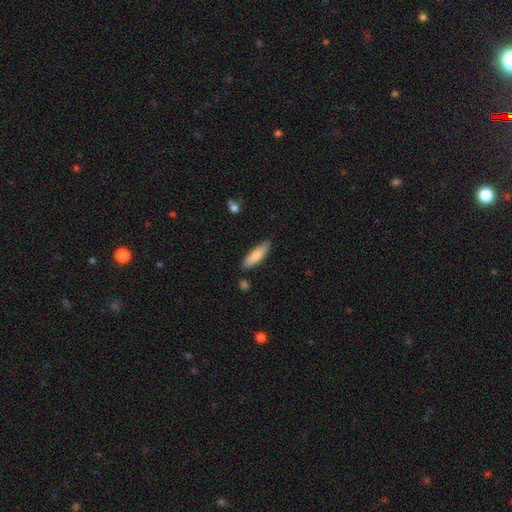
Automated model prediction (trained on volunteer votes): Q: Smooth or featured?
A: smooth (79%); runner-up: featured or disk (16%)
Q: How rounded?
A: cigar-shaped (57%); runner-up: in between (42%)
Q: Merging?
A: none (82%); runner-up: minor disturbance (13%)